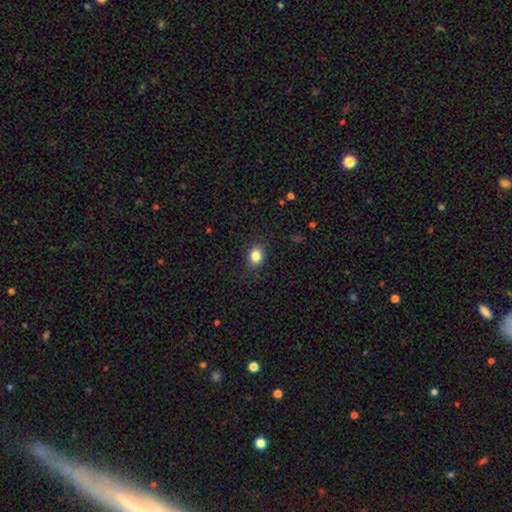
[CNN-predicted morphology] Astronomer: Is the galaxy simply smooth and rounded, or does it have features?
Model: smooth — 85%.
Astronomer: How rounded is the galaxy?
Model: in between — 52% (runner-up: round, 47%).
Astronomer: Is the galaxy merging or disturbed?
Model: none — 85%.